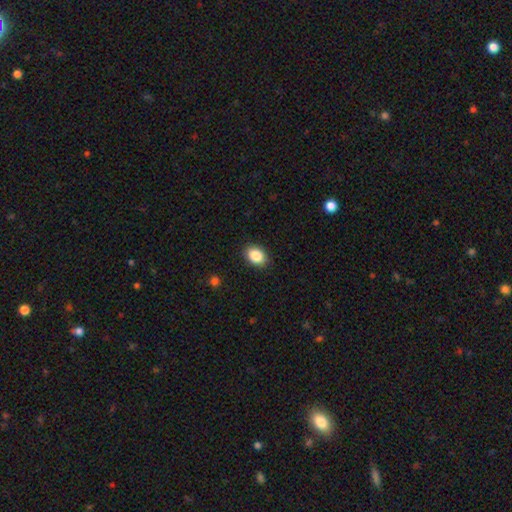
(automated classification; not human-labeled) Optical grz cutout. It shows a smooth galaxy with no disk features (88%) that is in between round and cigar-shaped (75%). Merging: none (89%).